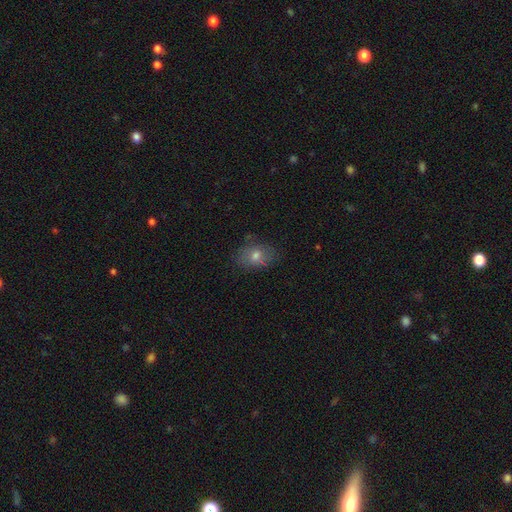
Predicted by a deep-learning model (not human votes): Smooth or featured: smooth — 72% (featured or disk — 18%)
How rounded: in between — 74% (round — 24%)
Merging: none — 73% (minor disturbance — 19%)